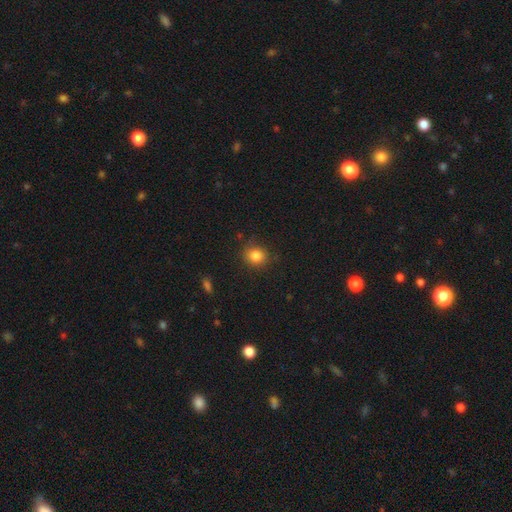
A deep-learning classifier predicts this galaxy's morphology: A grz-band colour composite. It shows a smooth galaxy with no disk features (83%) that is round (82%). Merging: none (82%).